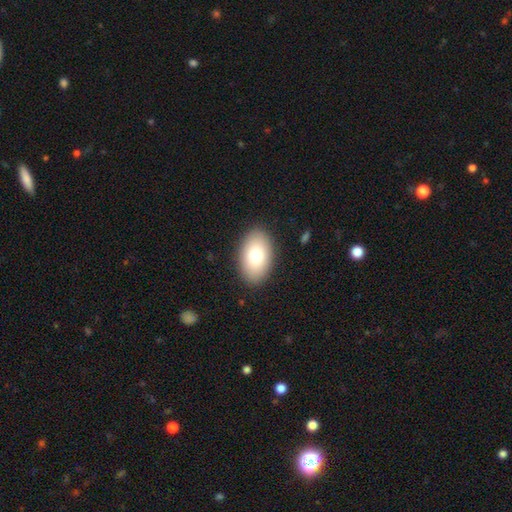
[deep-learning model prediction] smooth_or_featured: smooth (p=0.80) [alt: featured or disk p=0.13]
how_rounded: in between (p=0.92) [alt: round p=0.07]
merging: none (p=0.89) [alt: minor disturbance p=0.08]